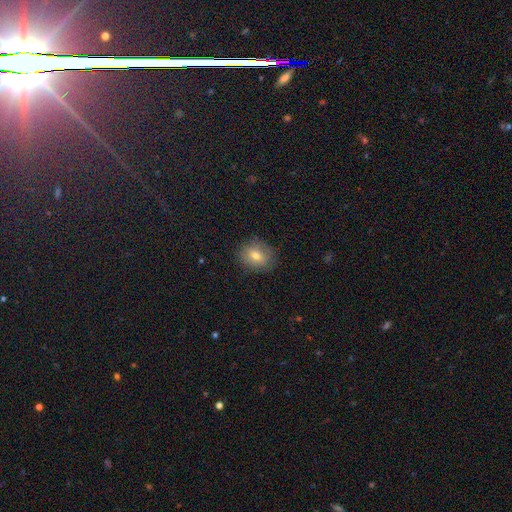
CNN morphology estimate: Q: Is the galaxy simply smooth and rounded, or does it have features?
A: smooth — 70%.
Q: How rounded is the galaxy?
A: round — 58%.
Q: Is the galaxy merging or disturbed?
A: none — 83%.